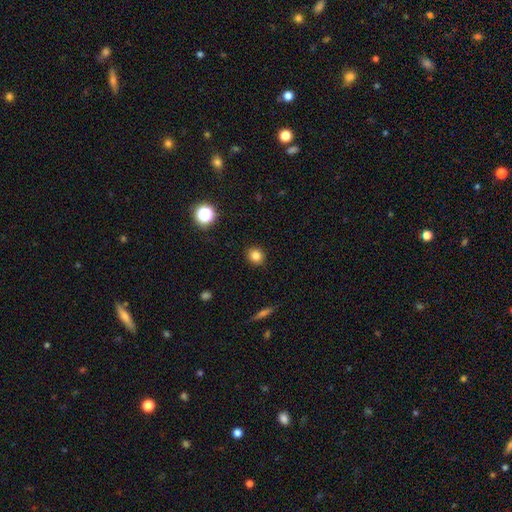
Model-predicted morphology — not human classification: A smooth galaxy with no disk features (81%) that is round (79%).

Vote fractions:
- Smooth or featured? smooth: 81% / star or artifact: 13% / featured or disk: 6%
- How rounded? round: 79% / in between: 20% / cigar-shaped: 1%
- Merging? none: 90% / minor disturbance: 7% / major disturbance: 2% / merger: 1%